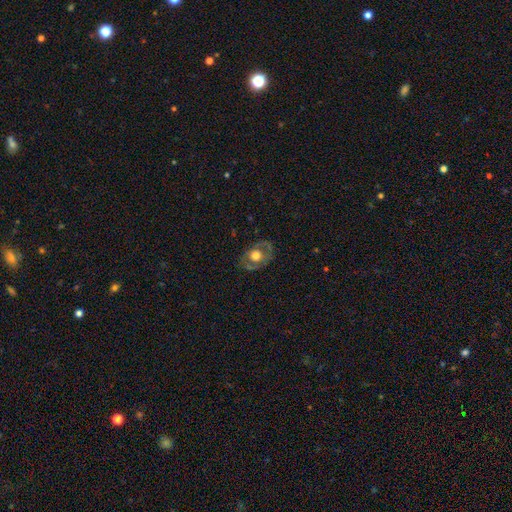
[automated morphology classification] Smooth or featured? featured or disk (52%)
Edge-on disk? no (92%)
Merging? none (74%)